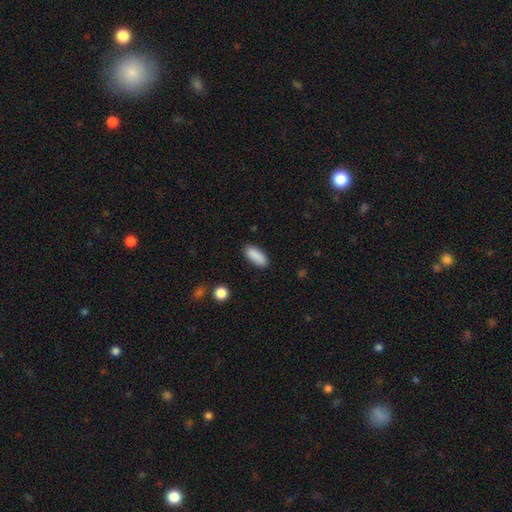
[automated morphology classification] Smooth or featured: smooth — 89% (star or artifact — 7%)
How rounded: in between — 78% (cigar-shaped — 21%)
Merging: none — 86% (minor disturbance — 10%)